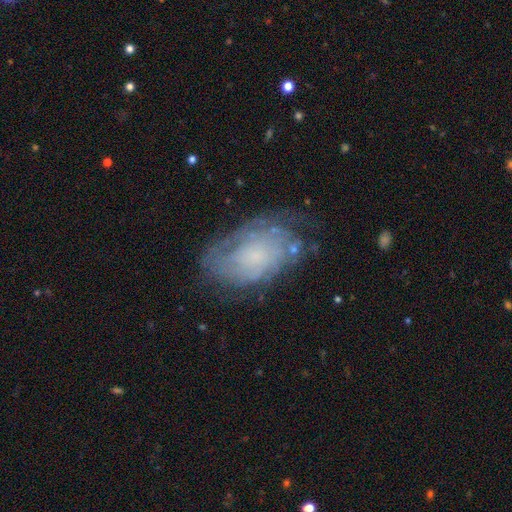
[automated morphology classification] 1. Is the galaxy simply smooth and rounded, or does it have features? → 63% featured or disk, 28% smooth, 9% star or artifact.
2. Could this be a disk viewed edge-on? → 96% no, 4% yes.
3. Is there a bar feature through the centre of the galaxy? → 80% no, 17% weak, 3% strong.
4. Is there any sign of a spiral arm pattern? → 74% yes, 26% no.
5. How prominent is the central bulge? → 49% small, 26% none, 18% moderate, 5% large, 2% dominant.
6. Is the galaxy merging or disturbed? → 59% none, 25% minor disturbance, 14% major disturbance, 3% merger.